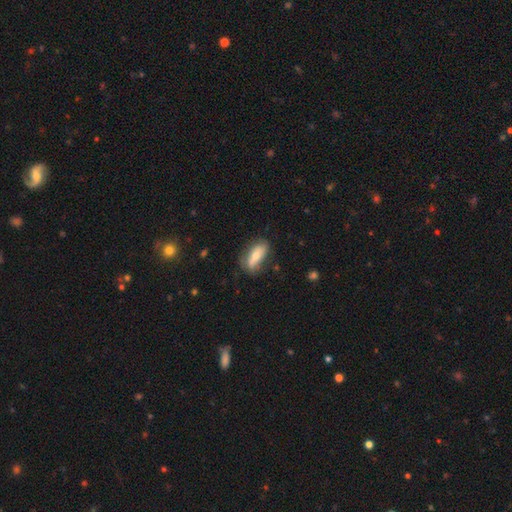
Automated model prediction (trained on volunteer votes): The model was most divided on "smooth or featured": smooth: 62%, featured or disk: 32%, star or artifact: 6%. More confident: how rounded — in between (74%); merging — none (69%).